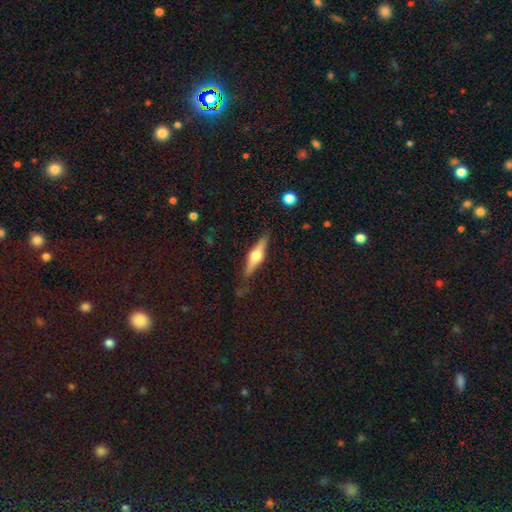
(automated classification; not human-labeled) This is likely a featured or disk galaxy (70%). It is clearly viewed edge-on (97%). Edge-on bulge: clearly rounded (92%). Merging: clearly none (84%).